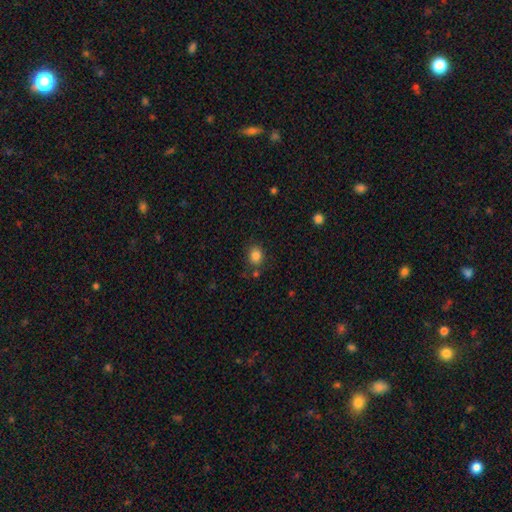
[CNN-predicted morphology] This appears to be a smooth galaxy with no disk features (84%) that is round (58%). Merging: none (77%).